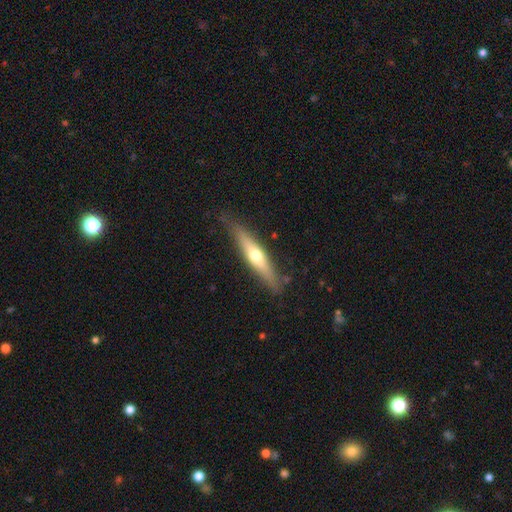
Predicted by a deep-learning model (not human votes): A featured or disk galaxy (52%) viewed edge-on (90%).

Vote fractions:
- Smooth or featured? featured or disk: 52% / smooth: 43% / star or artifact: 6%
- Edge-on disk? yes: 90% / no: 10%
- Merging? none: 82% / minor disturbance: 13% / major disturbance: 3% / merger: 2%